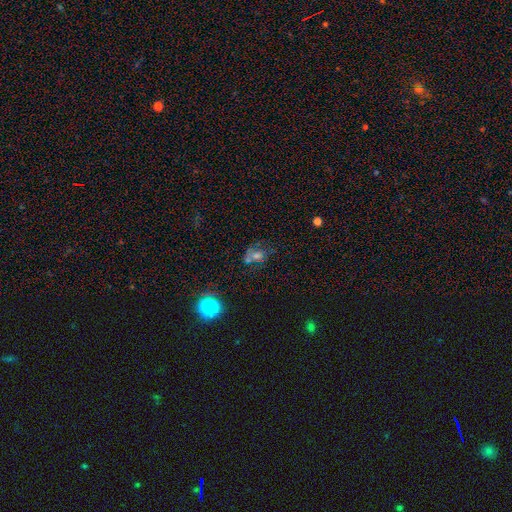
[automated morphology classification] The model was most divided on "smooth or featured": smooth: 41%, star or artifact: 34%, featured or disk: 25%. Remaining: merging — none (46%).